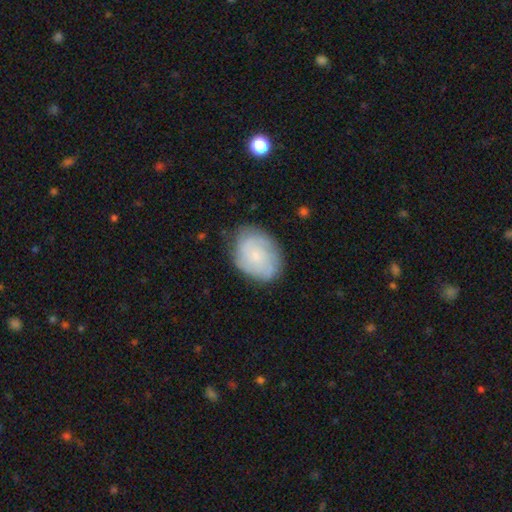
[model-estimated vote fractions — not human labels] This is possibly a featured or disk galaxy (58%). It is clearly not viewed edge-on (97%). Bar: likely no (78%). Spiral arm pattern: clearly yes (88%). Central bulge: likely small (73%). Merging: likely none (75%).